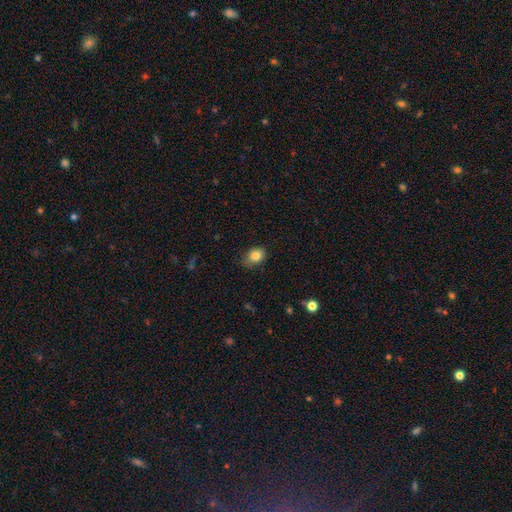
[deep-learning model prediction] Smooth or featured? smooth (83%)
How rounded? in between (68%)
Merging? none (67%)